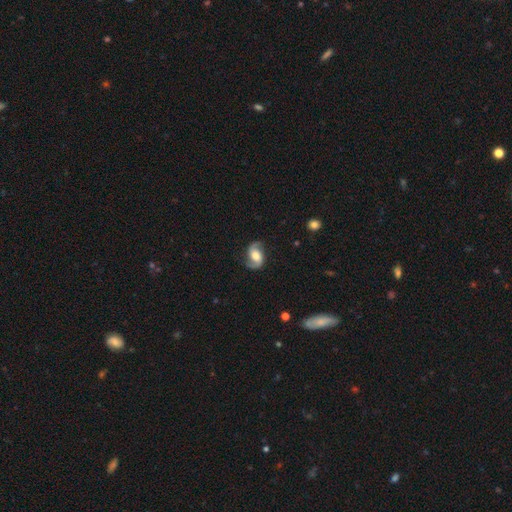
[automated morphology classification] featured or disk 81%, smooth 13%, star or artifact 6%. Down the decision tree: edge-on disk — no (98%); bar — no (49%); spiral arms — yes (95%); spiral arm count — 2 (93%); spiral winding — loose (46%); bulge size — moderate (52%); merging — none (78%).